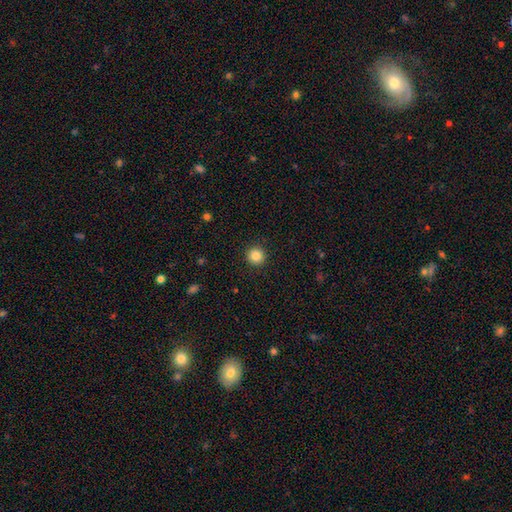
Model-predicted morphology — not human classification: smooth_or_featured: smooth (p=0.85) [alt: star or artifact p=0.11]
how_rounded: round (p=0.95) [alt: in between p=0.04]
merging: none (p=0.93) [alt: minor disturbance p=0.05]